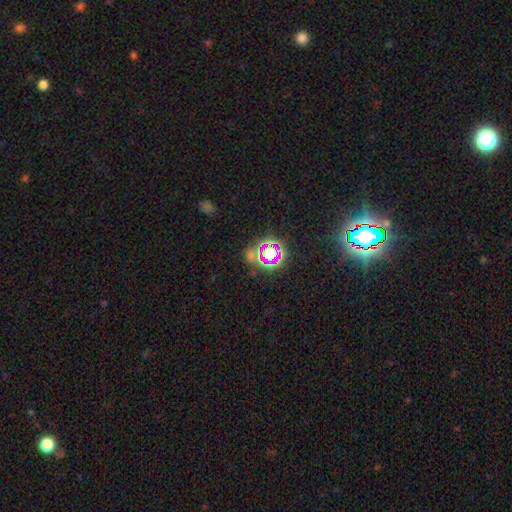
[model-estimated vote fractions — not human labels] A star or artifact, not a galaxy (68%).

Vote fractions:
- Smooth or featured? star or artifact: 68% / smooth: 21% / featured or disk: 11%